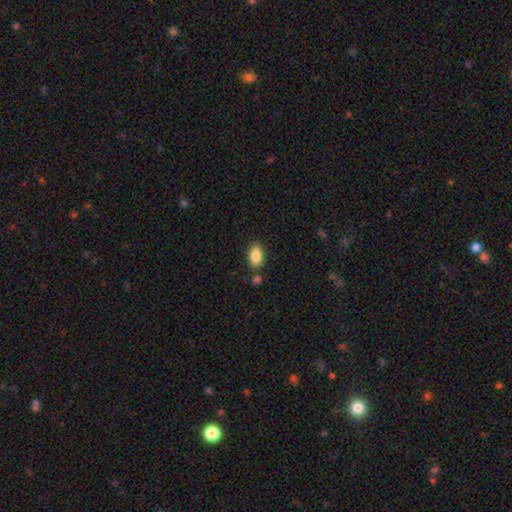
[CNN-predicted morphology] type=smooth (87%); roundness=in between (91%); merging=none (79%).